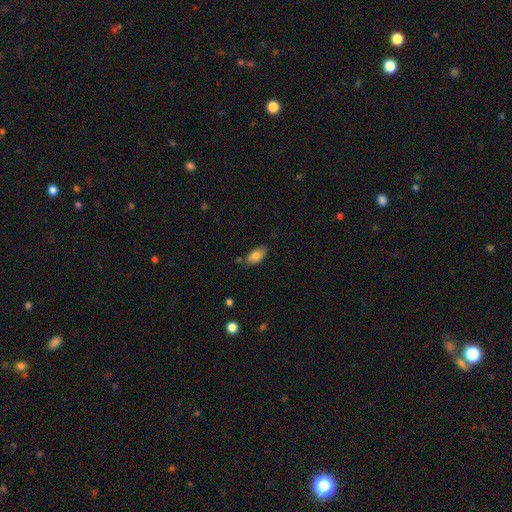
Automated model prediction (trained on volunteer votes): This appears to be a smooth galaxy with no disk features (82%) that is in between round and cigar-shaped (91%). Merging: none (75%).